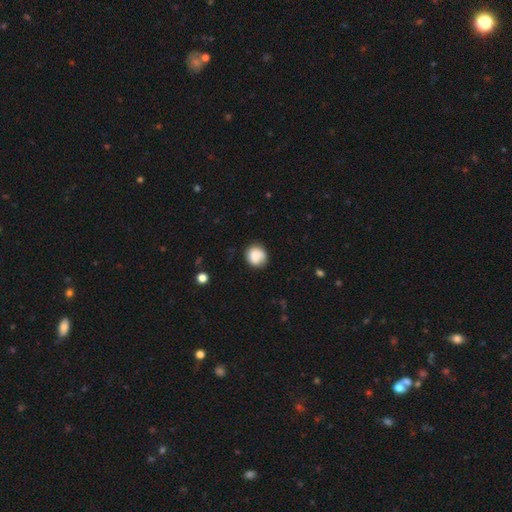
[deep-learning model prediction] smooth-or-featured: smooth: 83% | featured or disk: 9% | star or artifact: 8%
  how-rounded: round: 88% | in between: 11% | cigar-shaped: 1%
  merging: none: 75% | minor disturbance: 18% | major disturbance: 5% | merger: 2%